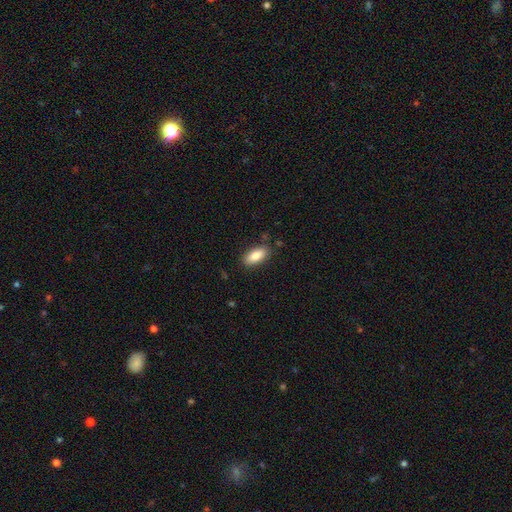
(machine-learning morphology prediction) smooth_or_featured: smooth (p=0.84) [alt: featured or disk p=0.09]
how_rounded: in between (p=0.87) [alt: cigar-shaped p=0.10]
merging: none (p=0.85) [alt: minor disturbance p=0.11]